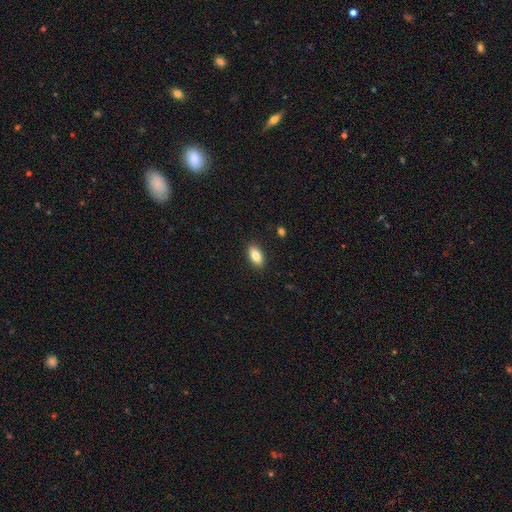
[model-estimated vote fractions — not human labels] Smooth or featured? smooth (81%)
How rounded? in between (89%)
Merging? none (89%)